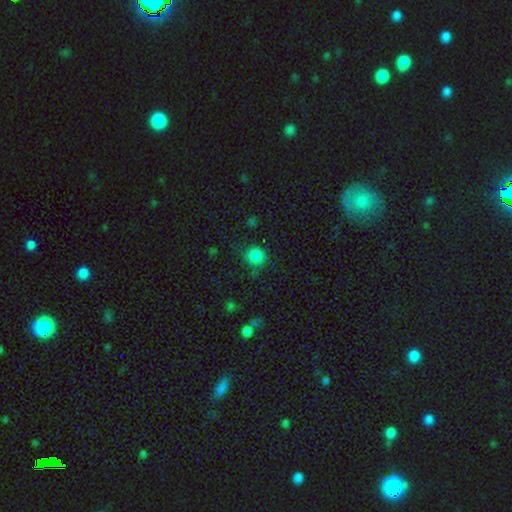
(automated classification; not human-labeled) Smooth or featured?
  - smooth: 83% *
  - star or artifact: 13%
  - featured or disk: 4%
How rounded?
  - round: 92% *
  - in between: 8%
  - cigar-shaped: 1%
Merging?
  - none: 79% *
  - minor disturbance: 14%
  - major disturbance: 5%
  - merger: 2%